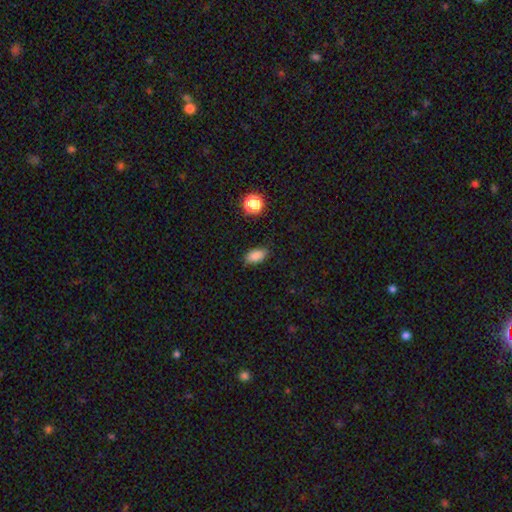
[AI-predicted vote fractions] Q: Smooth or featured?
A: smooth (85%); runner-up: star or artifact (10%)
Q: How rounded?
A: in between (89%); runner-up: round (6%)
Q: Merging?
A: none (83%); runner-up: minor disturbance (13%)